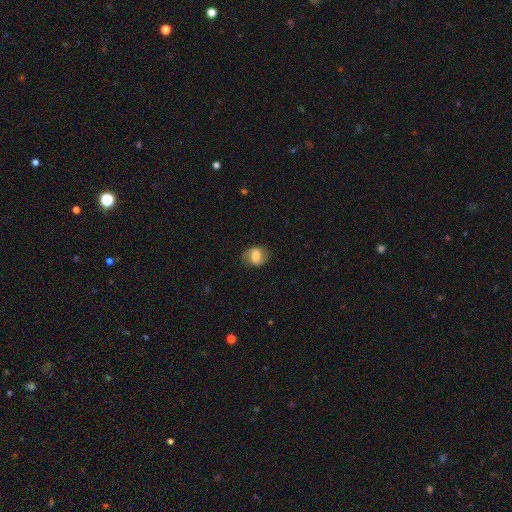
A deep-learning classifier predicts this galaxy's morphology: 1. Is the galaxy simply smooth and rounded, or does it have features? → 54% featured or disk, 37% smooth, 8% star or artifact.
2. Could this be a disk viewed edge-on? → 97% no, 3% yes.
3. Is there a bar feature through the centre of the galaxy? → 46% weak, 29% no, 24% strong.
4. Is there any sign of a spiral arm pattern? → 86% yes, 14% no.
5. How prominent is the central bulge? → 44% moderate, 25% small, 20% large, 8% none, 3% dominant.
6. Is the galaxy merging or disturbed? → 79% none, 14% minor disturbance, 6% major disturbance, 1% merger.